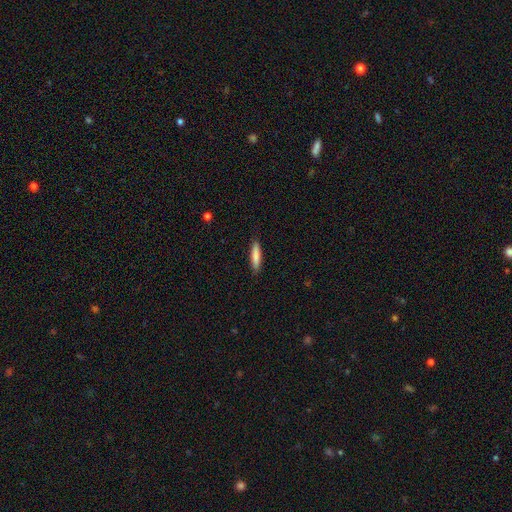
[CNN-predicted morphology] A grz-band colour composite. It shows a smooth galaxy with no disk features (82%) that is cigar-shaped (82%). Merging: none (89%).